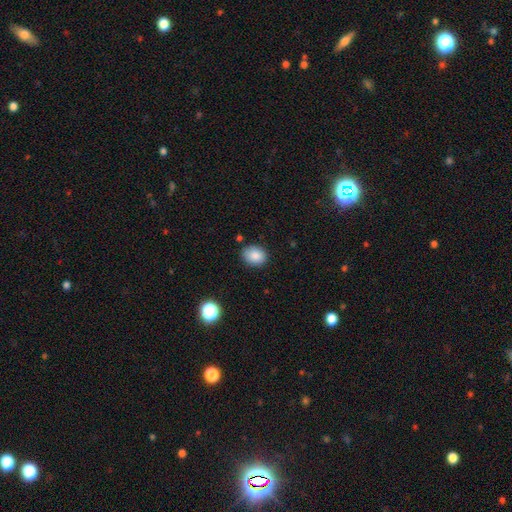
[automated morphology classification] This is clearly a smooth galaxy (86%). How rounded: possibly in between (52%). Merging: clearly none (82%).